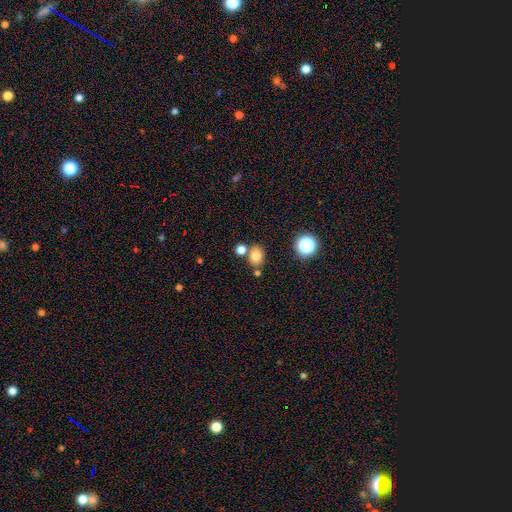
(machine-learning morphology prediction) Smooth or featured?
  - smooth: 77% *
  - star or artifact: 14%
  - featured or disk: 8%
How rounded?
  - in between: 51% *
  - round: 48%
  - cigar-shaped: 1%
Merging?
  - none: 68% *
  - merger: 17%
  - minor disturbance: 11%
  - major disturbance: 3%